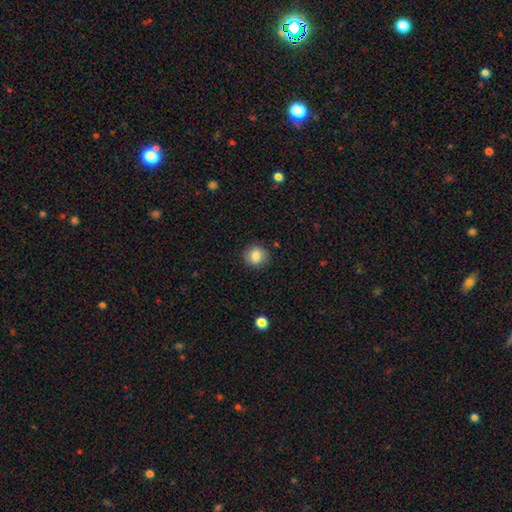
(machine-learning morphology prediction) Overall: smooth (85%). How rounded: round (85%). Merging: none (86%).